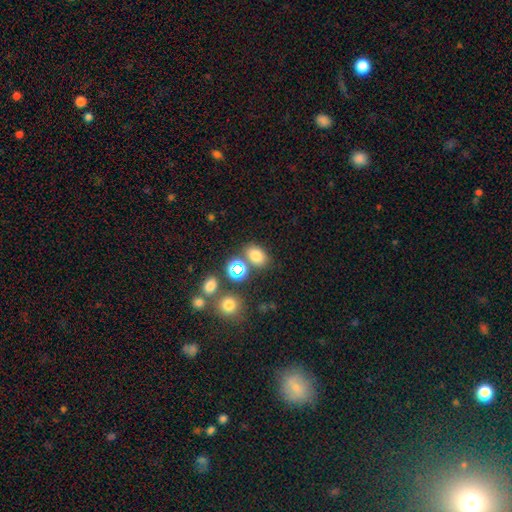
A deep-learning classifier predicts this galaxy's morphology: This appears to be a smooth galaxy with no disk features (75%) that is in between round and cigar-shaped (72%). Merging: none (71%).